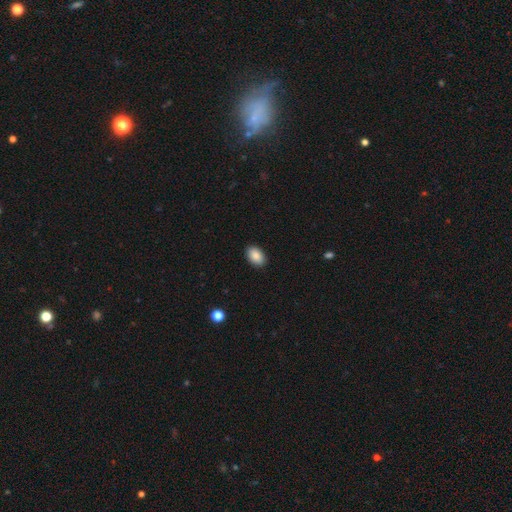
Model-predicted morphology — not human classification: A smooth galaxy with no disk features (88%) that is in between round and cigar-shaped (89%).

Vote fractions:
- Smooth or featured? smooth: 88% / star or artifact: 7% / featured or disk: 4%
- How rounded? in between: 89% / round: 10% / cigar-shaped: 1%
- Merging? none: 90% / minor disturbance: 7% / major disturbance: 2% / merger: 1%